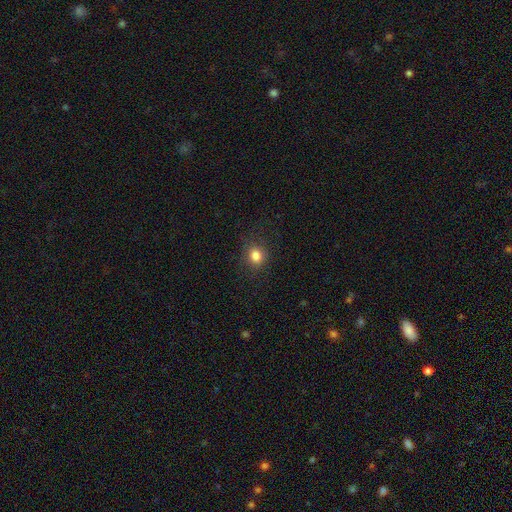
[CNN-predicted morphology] A smooth galaxy with no disk features (82%) that is round (74%).

Vote fractions:
- Smooth or featured? smooth: 82% / star or artifact: 12% / featured or disk: 6%
- How rounded? round: 74% / in between: 25% / cigar-shaped: 1%
- Merging? none: 83% / minor disturbance: 12% / major disturbance: 5% / merger: 1%